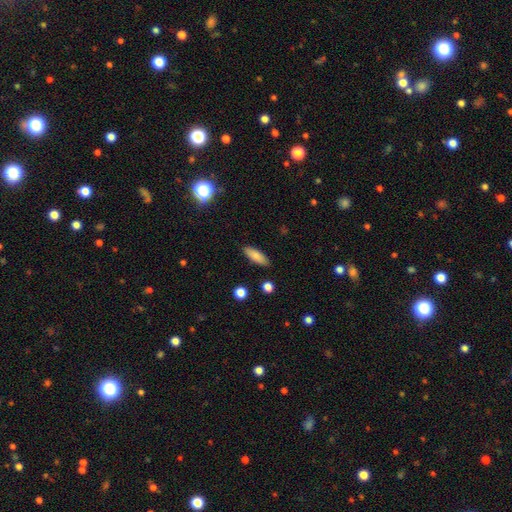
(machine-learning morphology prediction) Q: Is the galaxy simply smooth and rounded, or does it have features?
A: smooth — 83%.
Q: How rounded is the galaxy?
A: in between — 61%.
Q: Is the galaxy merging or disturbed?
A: none — 88%.